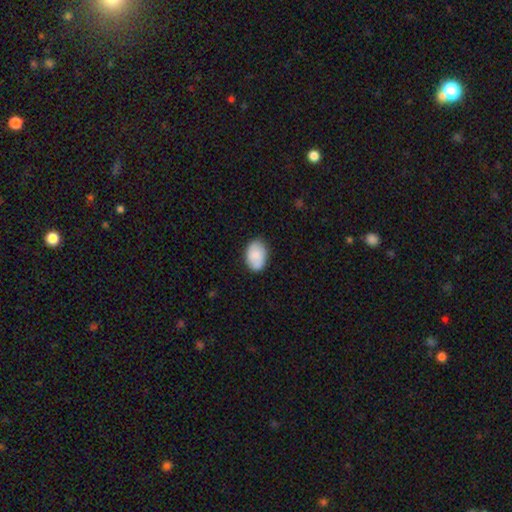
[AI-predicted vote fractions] A smooth galaxy with no disk features (81%) that is in between round and cigar-shaped (84%).

Vote fractions:
- Smooth or featured? smooth: 81% / featured or disk: 13% / star or artifact: 7%
- How rounded? in between: 84% / round: 15% / cigar-shaped: 1%
- Merging? none: 77% / minor disturbance: 18% / major disturbance: 3% / merger: 2%